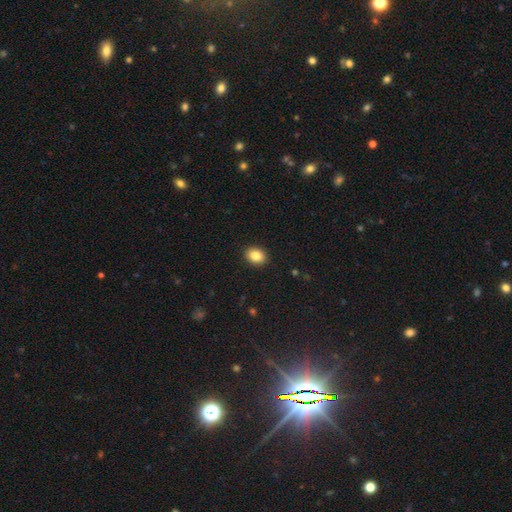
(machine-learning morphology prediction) Smooth or featured? smooth (86%)
How rounded? in between (62%)
Merging? none (90%)